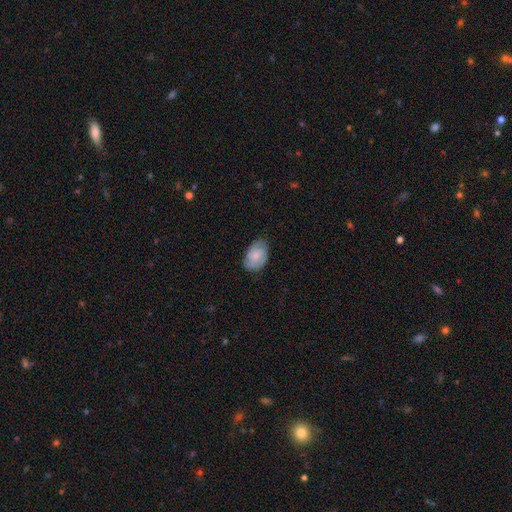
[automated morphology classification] A smooth galaxy with no disk features (55%) that is in between round and cigar-shaped (86%). Merging: none (72%).